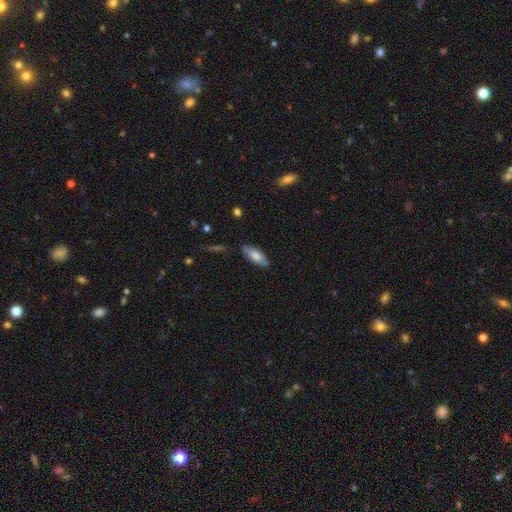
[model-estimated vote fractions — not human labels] smooth 74%, featured or disk 20%, star or artifact 6%. Down the decision tree: how rounded — in between (65%); merging — none (81%).